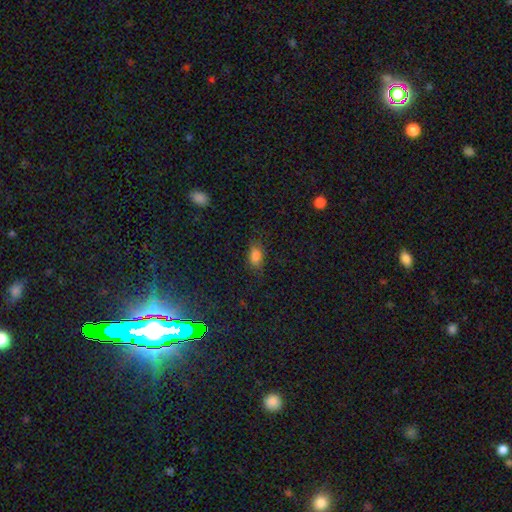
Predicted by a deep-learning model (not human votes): This is likely a smooth galaxy (79%). How rounded: clearly in between (86%). Merging: likely none (76%).